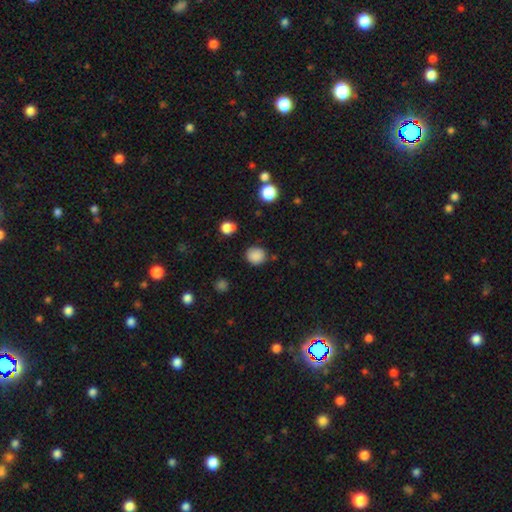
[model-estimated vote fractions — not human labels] Smooth or featured?
  - smooth: 86% *
  - star or artifact: 11%
  - featured or disk: 3%
How rounded?
  - round: 86% *
  - in between: 13%
  - cigar-shaped: 1%
Merging?
  - none: 84% *
  - minor disturbance: 11%
  - major disturbance: 3%
  - merger: 2%